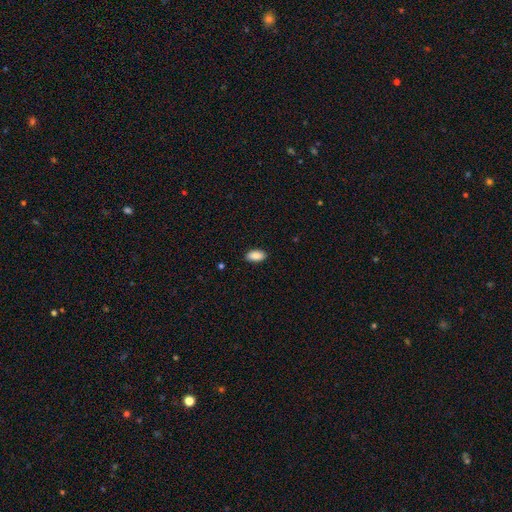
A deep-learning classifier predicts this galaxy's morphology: This is clearly a smooth galaxy (89%). How rounded: clearly in between (94%). Merging: clearly none (88%).